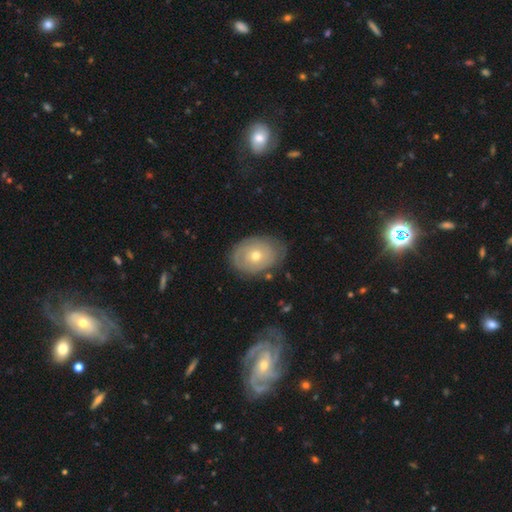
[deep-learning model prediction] A featured or disk galaxy (54%) with no bar (85%), spiral arms (56%) and a moderate central bulge (57%).

Vote fractions:
- Smooth or featured? featured or disk: 54% / smooth: 39% / star or artifact: 7%
- Edge-on disk? no: 94% / yes: 6%
- Bar? no: 85% / weak: 12% / strong: 2%
- Spiral arms? yes: 56% / no: 44%
- Bulge size? moderate: 57% / small: 39% / large: 2% / none: 1% / dominant: 1%
- Merging? none: 73% / minor disturbance: 20% / major disturbance: 6% / merger: 2%